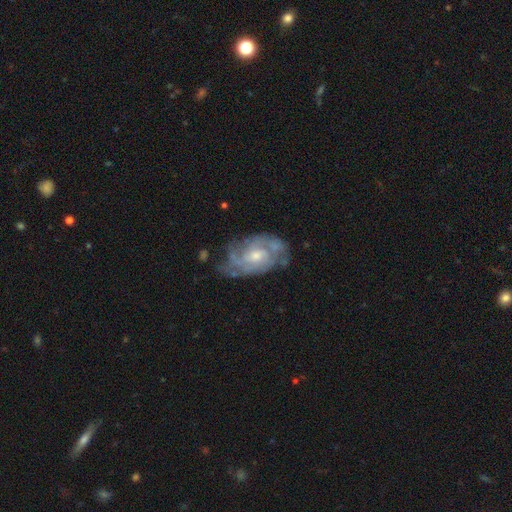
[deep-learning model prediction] This is clearly a featured or disk galaxy (84%). It is clearly not viewed edge-on (96%). Bar: likely no (65%). Spiral arm pattern: clearly yes (92%). Spiral arm count: marginally can't tell (35%). Spiral winding: possibly tight (53%). Central bulge: possibly moderate (55%). Merging: likely none (64%).